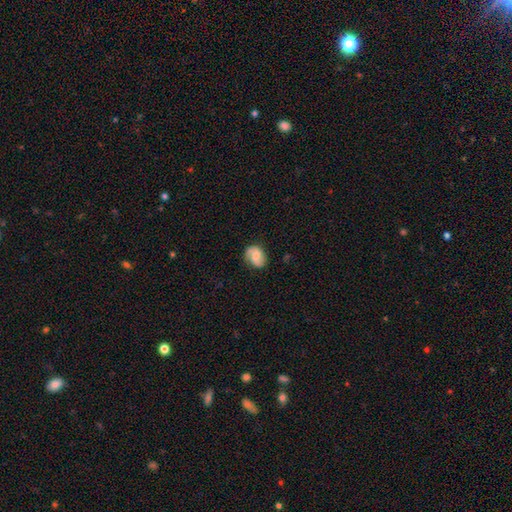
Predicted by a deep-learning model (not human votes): The model was most divided on "bulge size": moderate: 41%, small: 36%, none: 14%, large: 7%, dominant: 2%. More confident: edge-on disk — no (97%); spiral arms — yes (91%); merging — none (70%); smooth or featured — featured or disk (53%); bar — no (53%).